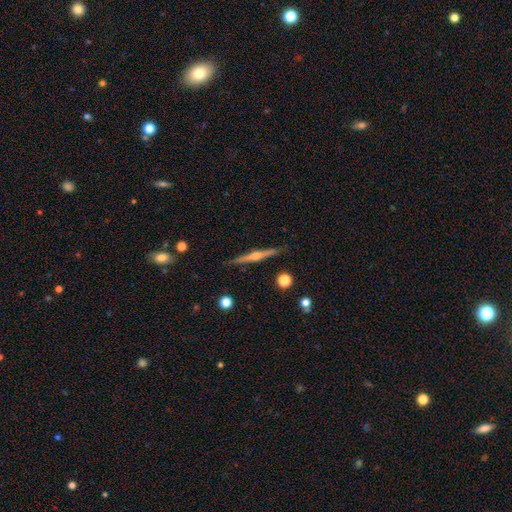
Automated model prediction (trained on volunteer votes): Smooth or featured? Predicted: featured or disk (p=0.77). Edge-on disk? Predicted: yes (p=0.98). Edge-on bulge? Predicted: rounded (p=0.84). Merging? Predicted: none (p=0.91).